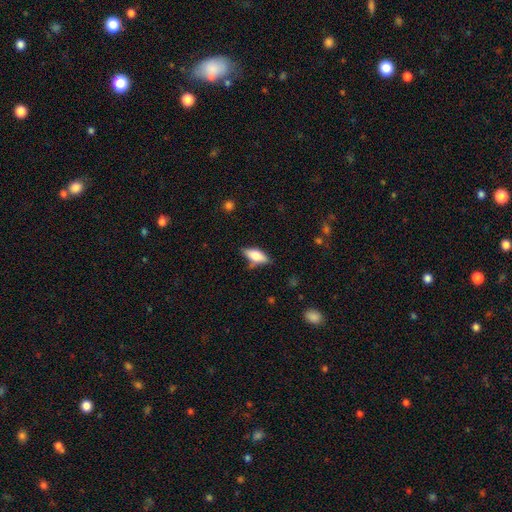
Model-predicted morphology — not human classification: Smooth or featured?
  - smooth: 66% *
  - featured or disk: 27%
  - star or artifact: 7%
How rounded?
  - in between: 76% *
  - cigar-shaped: 21%
  - round: 3%
Merging?
  - none: 72% *
  - minor disturbance: 19%
  - major disturbance: 5%
  - merger: 4%